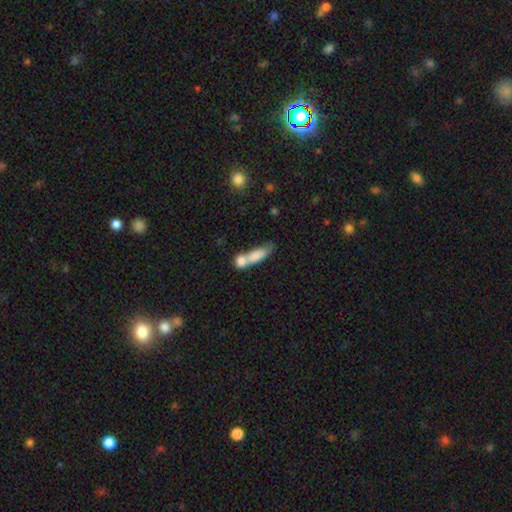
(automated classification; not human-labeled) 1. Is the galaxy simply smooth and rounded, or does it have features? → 74% smooth, 18% featured or disk, 8% star or artifact.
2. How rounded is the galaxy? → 48% in between, 46% cigar-shaped, 7% round.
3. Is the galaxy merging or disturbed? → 58% merger, 23% none, 11% minor disturbance, 7% major disturbance.